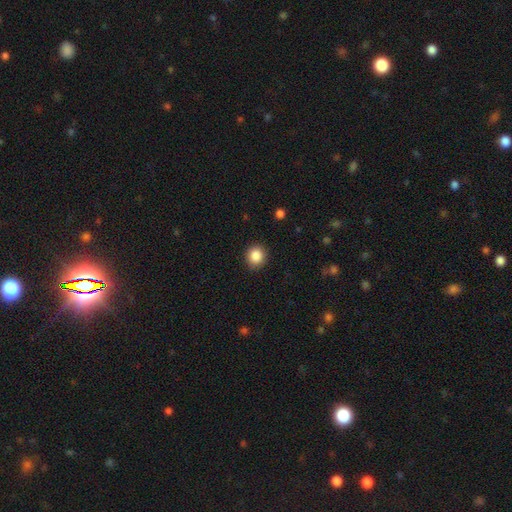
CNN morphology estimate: This is clearly a smooth galaxy (87%). How rounded: clearly round (88%). Merging: clearly none (90%).